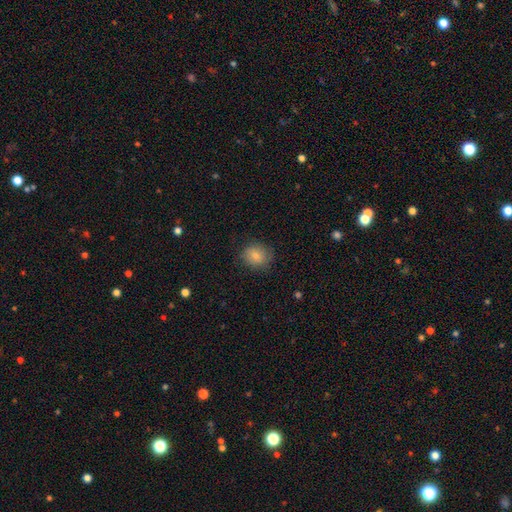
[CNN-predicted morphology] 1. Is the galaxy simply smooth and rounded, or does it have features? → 82% smooth, 9% featured or disk, 9% star or artifact.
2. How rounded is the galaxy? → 74% round, 26% in between, 1% cigar-shaped.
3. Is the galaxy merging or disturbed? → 80% none, 15% minor disturbance, 4% major disturbance, 1% merger.